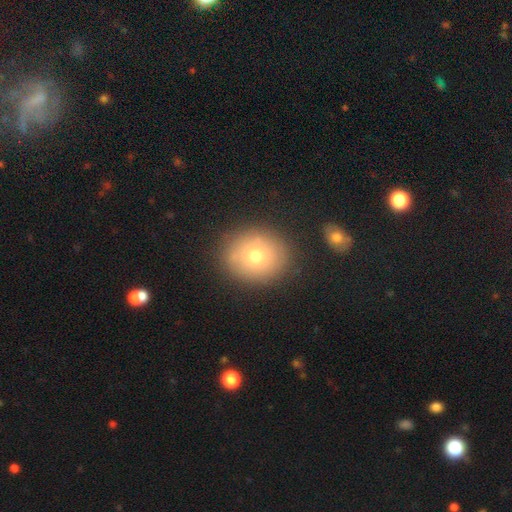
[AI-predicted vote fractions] Overall: smooth (72%). How rounded: round (75%). Merging: none (83%).